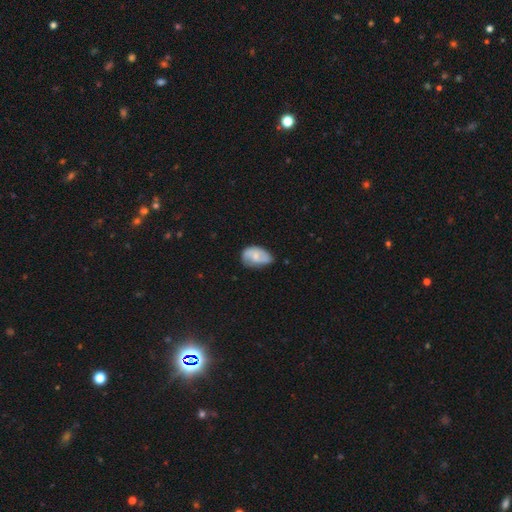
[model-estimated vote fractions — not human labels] smooth-or-featured: smooth: 57% | featured or disk: 36% | star or artifact: 7%
  how-rounded: in between: 88% | round: 11% | cigar-shaped: 2%
  merging: none: 47% | minor disturbance: 39% | major disturbance: 11% | merger: 3%